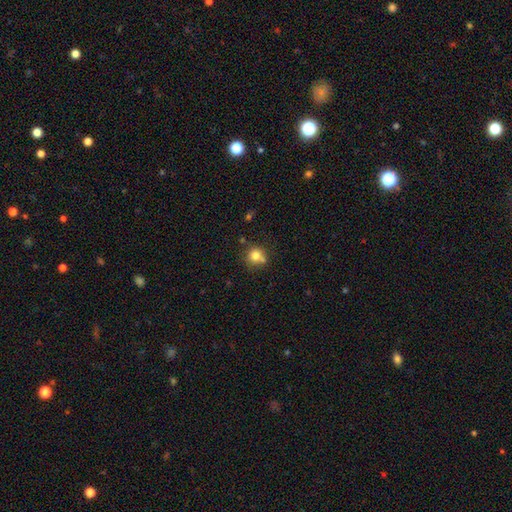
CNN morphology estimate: Overall: smooth (77%). How rounded: round (88%). Merging: none (61%; merger 22%).